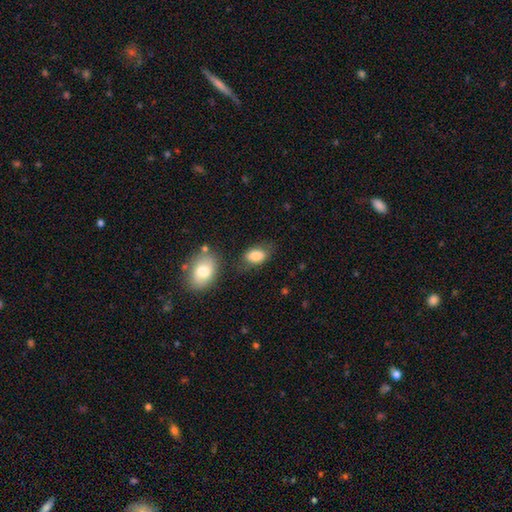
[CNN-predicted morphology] The model was most divided on "merging": none: 64%, minor disturbance: 22%, merger: 7%, major disturbance: 7%. More confident: how rounded — in between (88%); smooth or featured — smooth (82%).